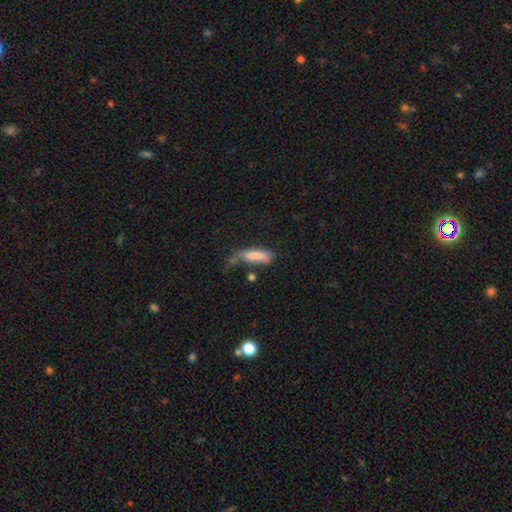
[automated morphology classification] Q: Smooth or featured?
A: smooth (74%); runner-up: featured or disk (18%)
Q: How rounded?
A: cigar-shaped (61%); runner-up: in between (37%)
Q: Merging?
A: none (34%); runner-up: minor disturbance (30%)